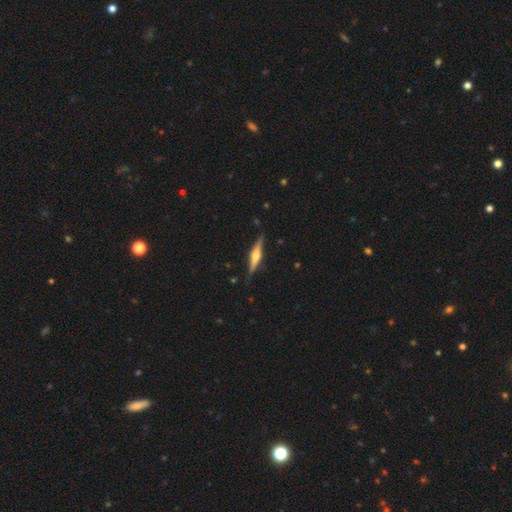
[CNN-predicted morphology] This is likely a featured or disk galaxy (73%). It is clearly viewed edge-on (97%). Edge-on bulge: clearly rounded (90%). Merging: clearly none (86%).